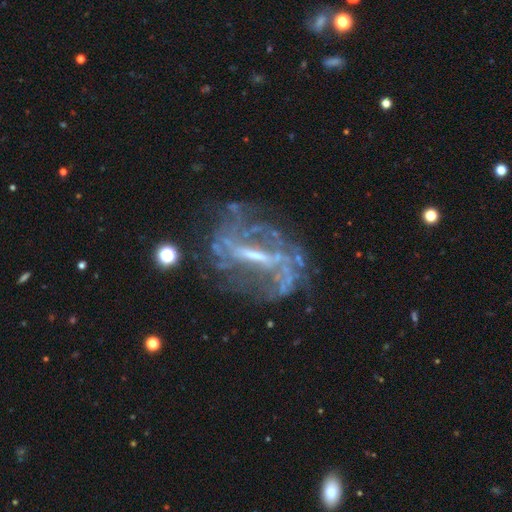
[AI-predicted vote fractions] Smooth or featured: featured or disk — 83% (star or artifact — 10%)
Edge-on disk: no — 92% (yes — 8%)
Bar: strong — 53% (weak — 33%)
Spiral arms: yes — 76% (no — 24%)
Spiral winding: medium — 38% (loose — 33%)
Spiral arm count: can't tell — 43% (2 — 29%)
Bulge size: small — 38% (moderate — 33%)
Merging: none — 53% (major disturbance — 24%)